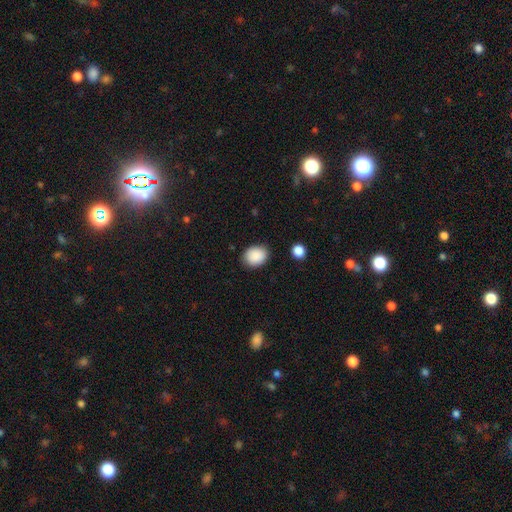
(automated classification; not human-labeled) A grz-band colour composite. It shows a smooth galaxy with no disk features (89%) that is round (52%). Merging: none (84%).